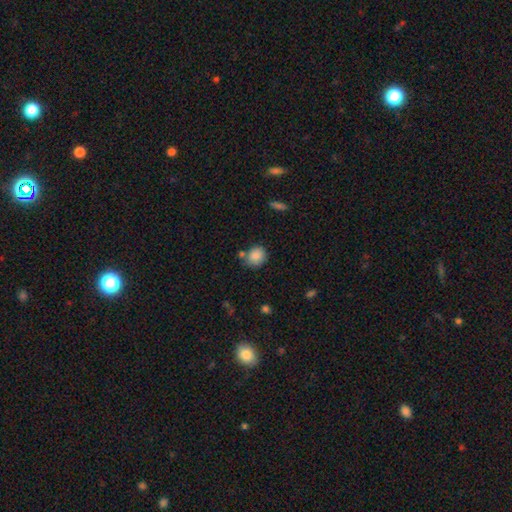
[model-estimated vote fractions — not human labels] A smooth galaxy with no disk features (86%) that is round (72%).

Vote fractions:
- Smooth or featured? smooth: 86% / star or artifact: 8% / featured or disk: 6%
- How rounded? round: 72% / in between: 26% / cigar-shaped: 1%
- Merging? none: 66% / minor disturbance: 17% / merger: 12% / major disturbance: 4%